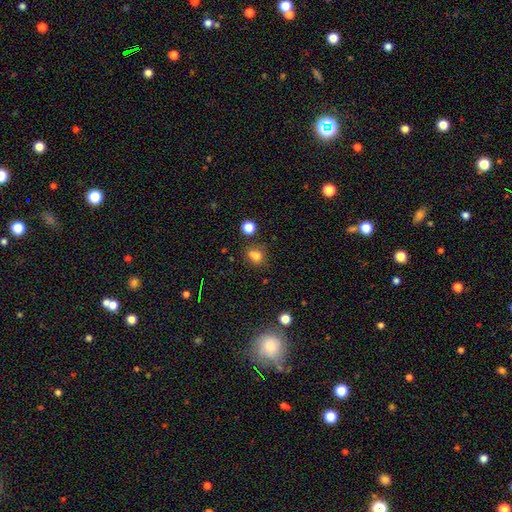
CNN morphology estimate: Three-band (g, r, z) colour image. It shows a smooth galaxy with no disk features (75%) that is round (59%). Merging: none (56%).